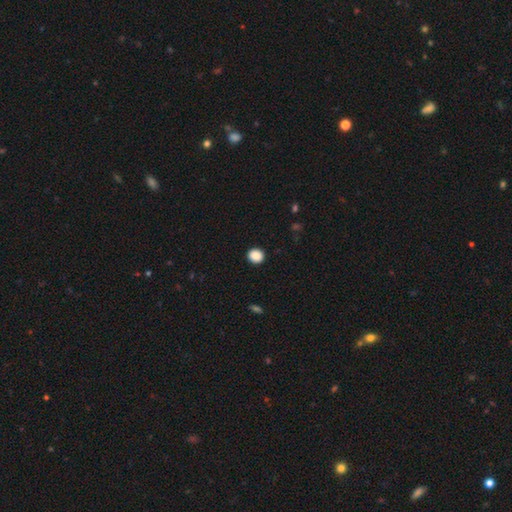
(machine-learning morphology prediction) A smooth galaxy with no disk features (89%) that is round (81%).

Vote fractions:
- Smooth or featured? smooth: 89% / star or artifact: 9% / featured or disk: 3%
- How rounded? round: 81% / in between: 18% / cigar-shaped: 1%
- Merging? none: 92% / minor disturbance: 5% / major disturbance: 2% / merger: 1%